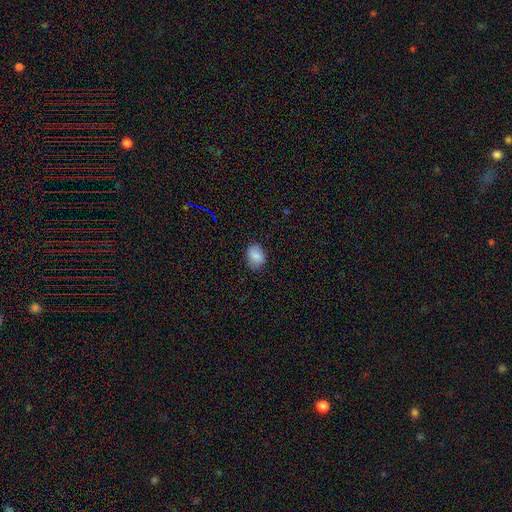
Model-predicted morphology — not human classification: Smooth or featured? smooth (86%)
How rounded? in between (64%)
Merging? none (80%)